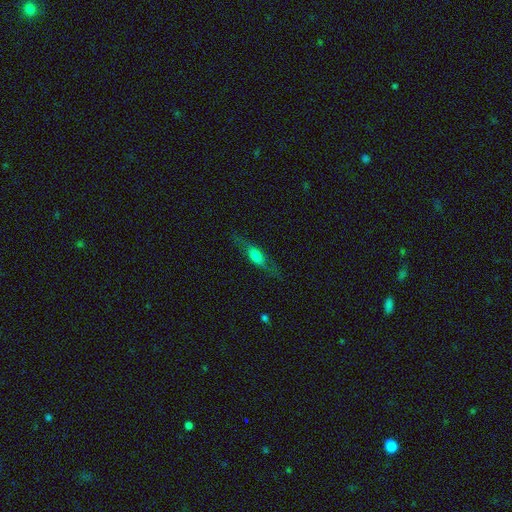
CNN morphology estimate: Smooth or featured? Predicted: smooth (p=0.48). Merging? Predicted: none (p=0.74).